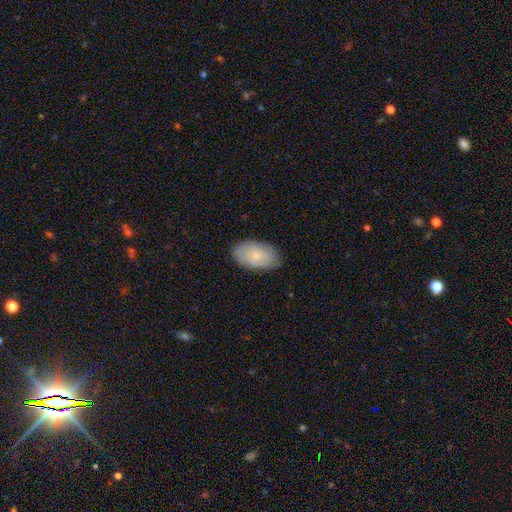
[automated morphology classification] Overall: smooth (71%). How rounded: in between (94%). Merging: none (79%).